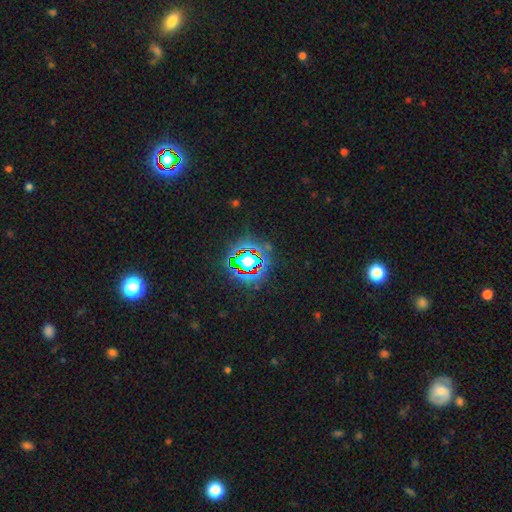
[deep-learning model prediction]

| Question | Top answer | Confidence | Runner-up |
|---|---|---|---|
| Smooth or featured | star or artifact | 82% | smooth (11%) |